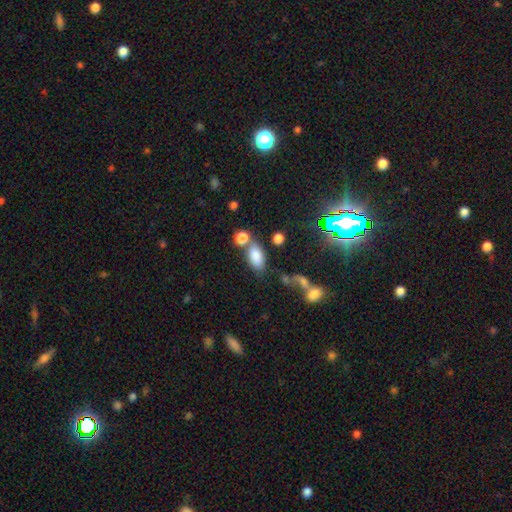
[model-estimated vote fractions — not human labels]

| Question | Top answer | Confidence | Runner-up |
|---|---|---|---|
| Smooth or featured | smooth | 82% | star or artifact (10%) |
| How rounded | in between | 89% | round (7%) |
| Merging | none | 58% | merger (20%) |